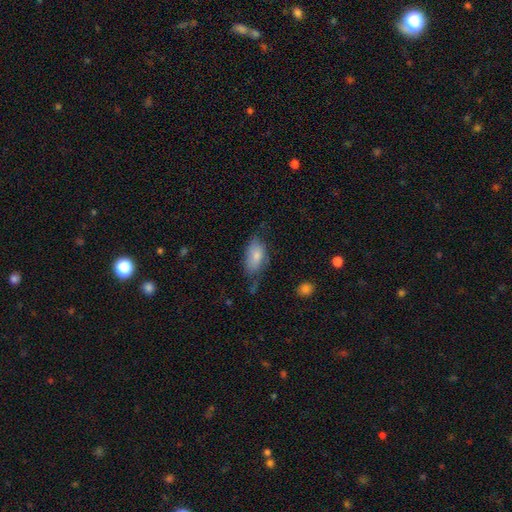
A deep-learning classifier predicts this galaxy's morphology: Smooth or featured? smooth (79%)
How rounded? in between (92%)
Merging? none (49%)